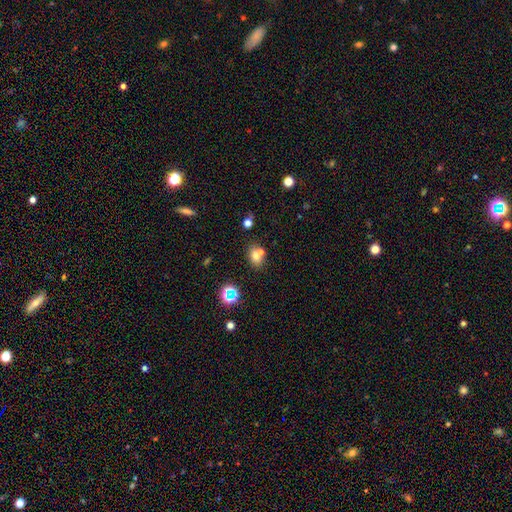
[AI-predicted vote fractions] This is likely a smooth galaxy (67%). How rounded: likely in between (64%). Merging: possibly none (56%).